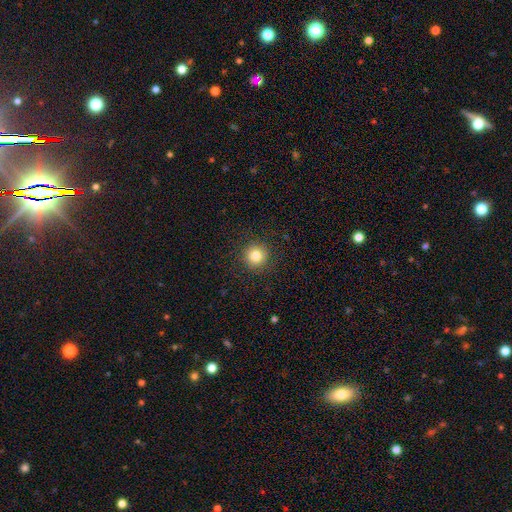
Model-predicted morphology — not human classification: Smooth or featured: smooth — 82% (star or artifact — 11%)
How rounded: round — 95% (in between — 4%)
Merging: none — 91% (minor disturbance — 6%)